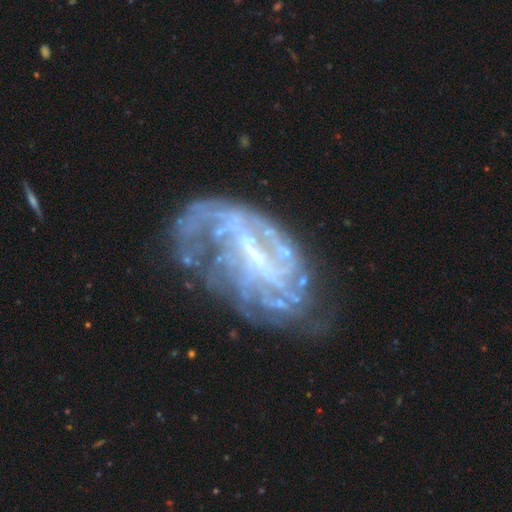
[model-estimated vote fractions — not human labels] smooth-or-featured: featured or disk: 82% | star or artifact: 9% | smooth: 9%
  disk-edge-on: no: 96% | yes: 4%
    bar: weak: 45% | strong: 30% | no: 25%
    has-spiral-arms: yes: 76% | no: 24%
      spiral-winding: tight: 41% | medium: 35% | loose: 25%
      spiral-arm-count: can't tell: 54% | 2: 13% | 3: 10% | 4: 10% | more than 4: 7% | 1: 6%
    bulge-size: small: 55% | none: 25% | moderate: 18% | large: 2% | dominant: 1%
  merging: none: 47% | major disturbance: 27% | minor disturbance: 22% | merger: 5%